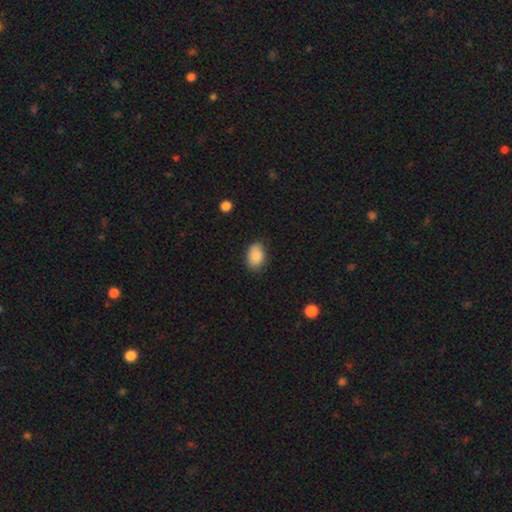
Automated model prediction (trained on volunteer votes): A smooth galaxy with no disk features (88%) that is in between round and cigar-shaped (85%). Merging: none (79%).